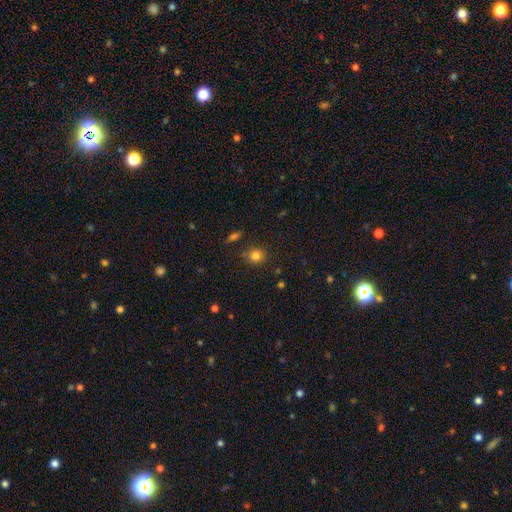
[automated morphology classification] Smooth or featured: smooth — 81% (star or artifact — 13%)
How rounded: round — 79% (in between — 20%)
Merging: none — 81% (minor disturbance — 13%)